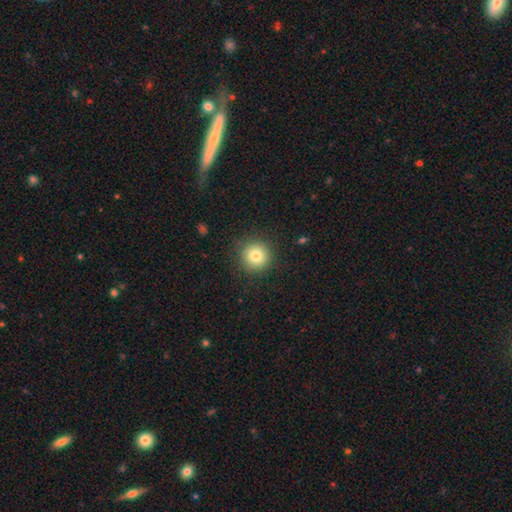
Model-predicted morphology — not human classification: type=smooth (81%); roundness=round (94%); merging=none (88%).